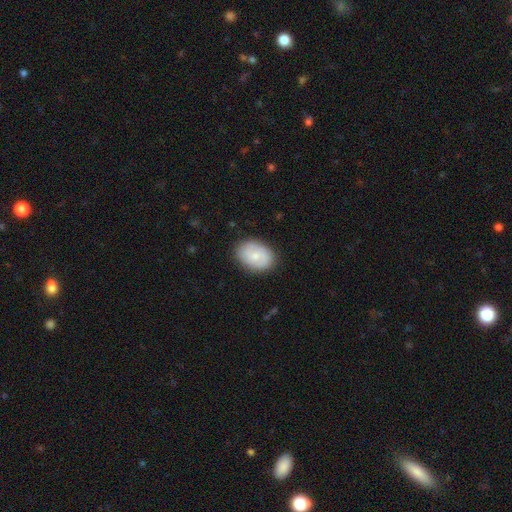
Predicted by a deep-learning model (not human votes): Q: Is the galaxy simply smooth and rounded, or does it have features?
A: smooth — 57%.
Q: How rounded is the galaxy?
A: in between — 75%.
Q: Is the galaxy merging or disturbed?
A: none — 84%.